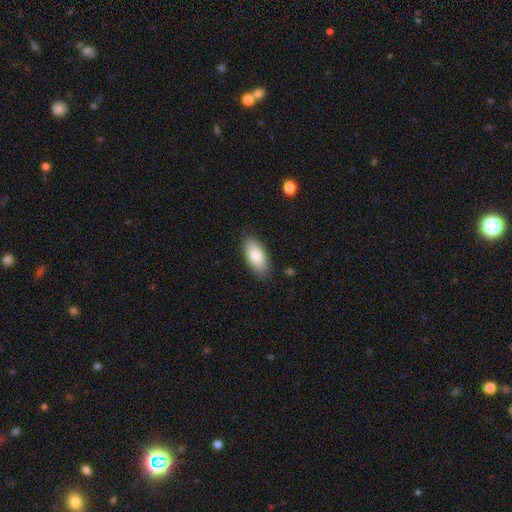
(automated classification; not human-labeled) The model was most divided on "merging": none: 85%, minor disturbance: 11%, major disturbance: 2%, merger: 1%. More confident: how rounded — in between (90%); smooth or featured — smooth (84%).